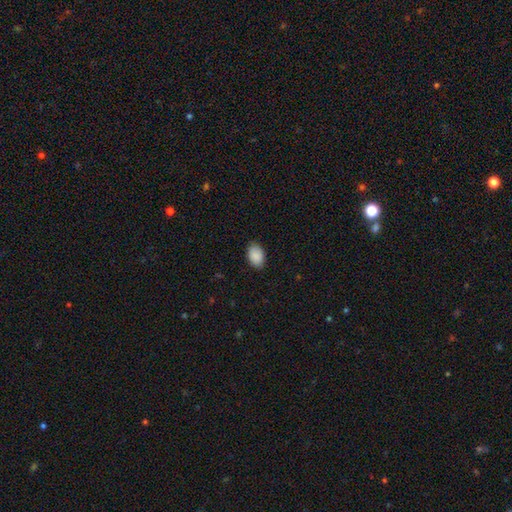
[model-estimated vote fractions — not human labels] The model was most divided on "merging": none: 85%, minor disturbance: 12%, major disturbance: 2%, merger: 1%. More confident: smooth or featured — smooth (90%); how rounded — in between (89%).